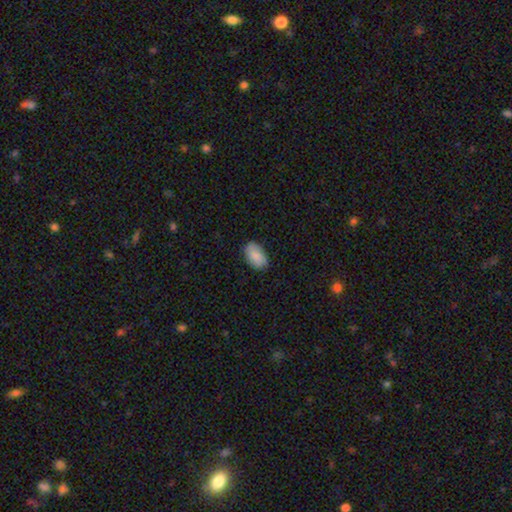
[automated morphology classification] The model was most divided on "merging": none: 80%, minor disturbance: 16%, major disturbance: 3%, merger: 1%. More confident: how rounded — in between (94%); smooth or featured — smooth (86%).